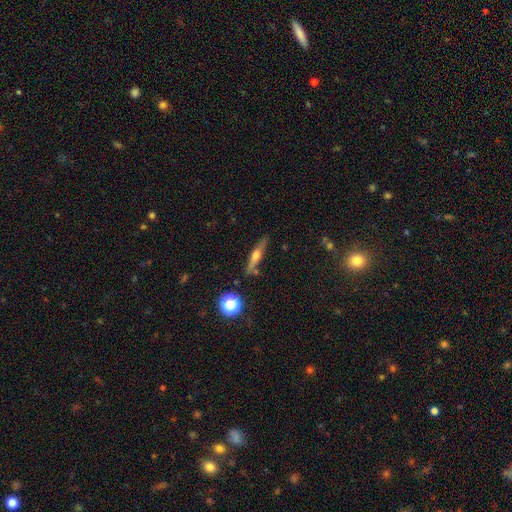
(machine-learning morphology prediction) A featured or disk galaxy (61%) viewed edge-on (96%) with a rounded central bulge (89%).

Vote fractions:
- Smooth or featured? featured or disk: 61% / smooth: 31% / star or artifact: 9%
- Edge-on disk? yes: 96% / no: 4%
- Edge-on bulge? rounded: 89% / boxy: 6% / none: 5%
- Merging? none: 85% / minor disturbance: 10% / merger: 3% / major disturbance: 2%